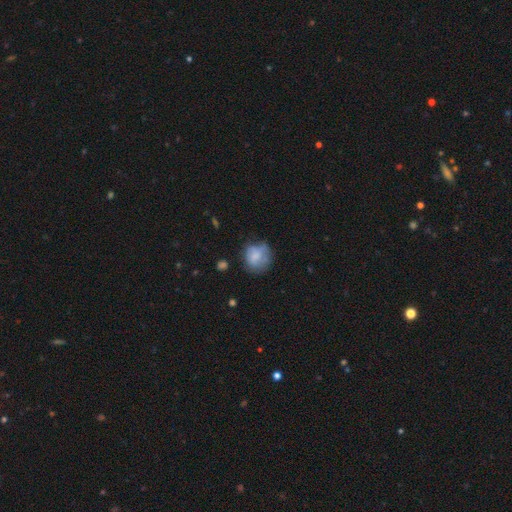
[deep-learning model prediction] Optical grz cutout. It shows a smooth galaxy with no disk features (68%) that is round (75%). Merging: none (52%).